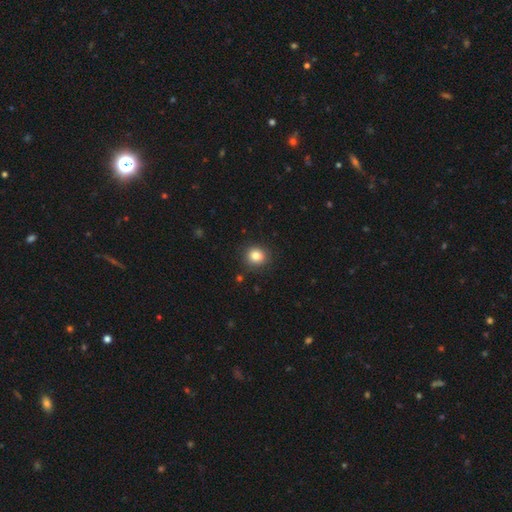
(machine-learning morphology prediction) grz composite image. It shows a smooth galaxy with no disk features (83%) that is round (85%). Merging: none (88%).